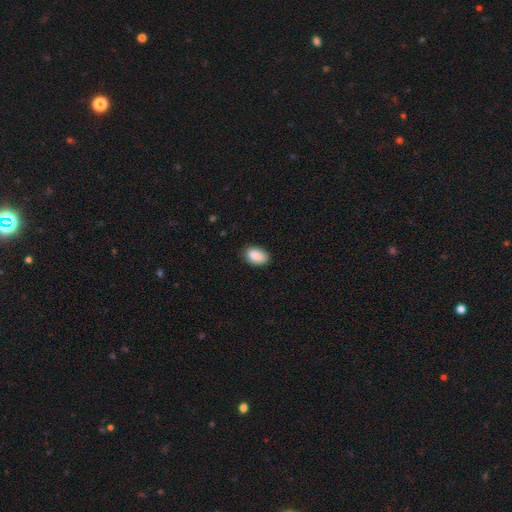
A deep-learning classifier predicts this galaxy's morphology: type=smooth (89%); roundness=in between (92%); merging=none (81%).